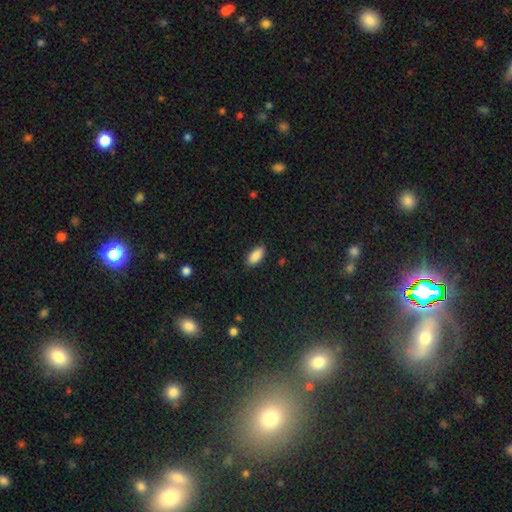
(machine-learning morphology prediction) Smooth or featured? smooth (89%)
How rounded? in between (90%)
Merging? none (86%)